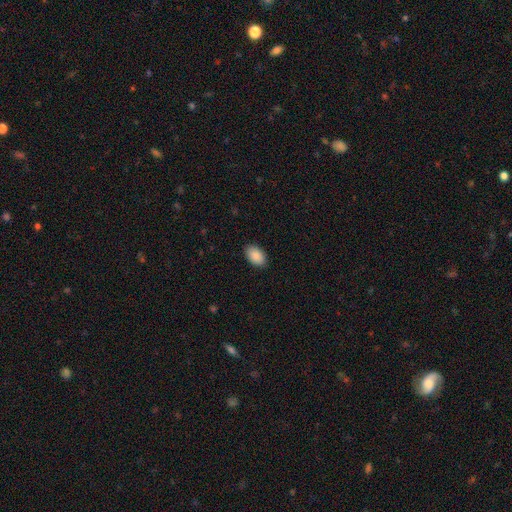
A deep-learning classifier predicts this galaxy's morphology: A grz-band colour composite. It shows a smooth galaxy with no disk features (90%) that is in between round and cigar-shaped (93%). Merging: none (89%).